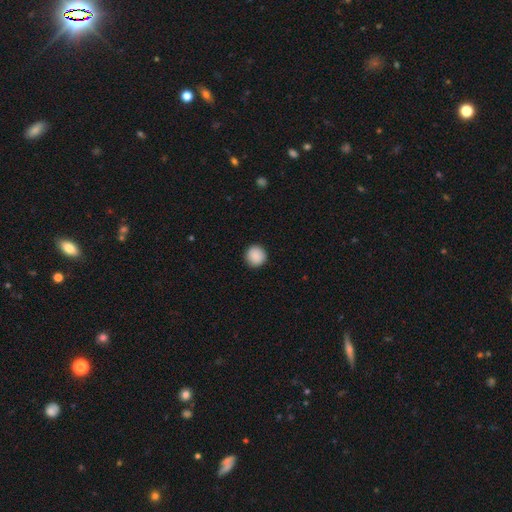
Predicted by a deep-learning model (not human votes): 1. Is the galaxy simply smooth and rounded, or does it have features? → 90% smooth, 8% star or artifact, 3% featured or disk.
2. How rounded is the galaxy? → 94% round, 5% in between, 1% cigar-shaped.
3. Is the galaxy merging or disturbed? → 92% none, 6% minor disturbance, 2% major disturbance, 1% merger.